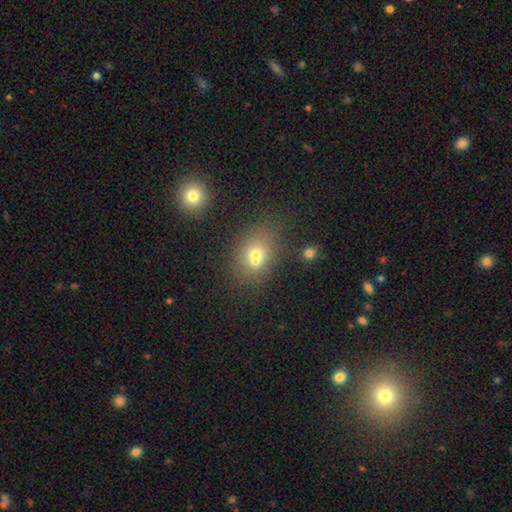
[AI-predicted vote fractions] This is likely a smooth galaxy (65%). How rounded: possibly in between (51%). Merging: possibly merger (45%).